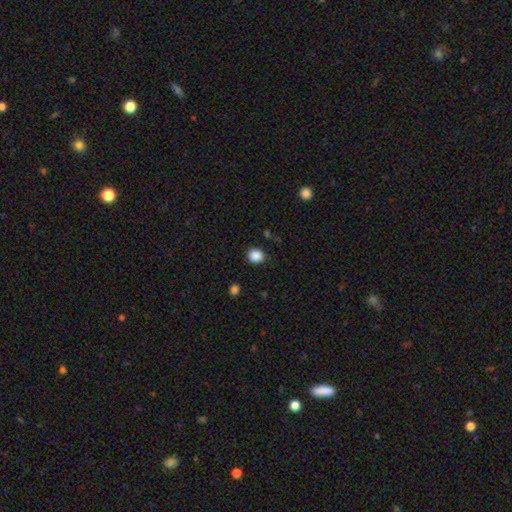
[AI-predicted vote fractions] A smooth galaxy with no disk features (88%) that is round (79%). Merging: none (88%).